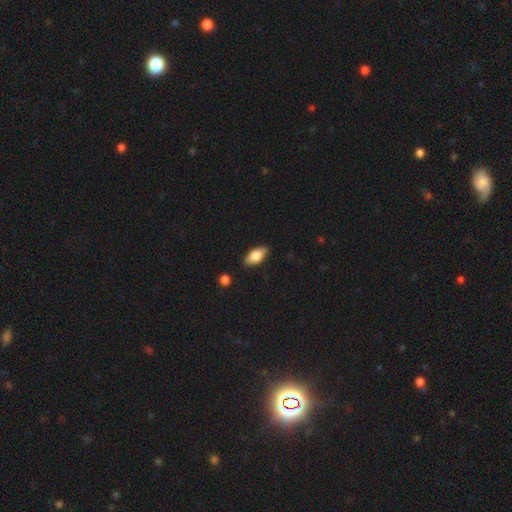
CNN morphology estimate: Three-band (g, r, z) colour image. It shows a smooth galaxy with no disk features (76%) that is in between round and cigar-shaped (87%). Merging: none (85%).